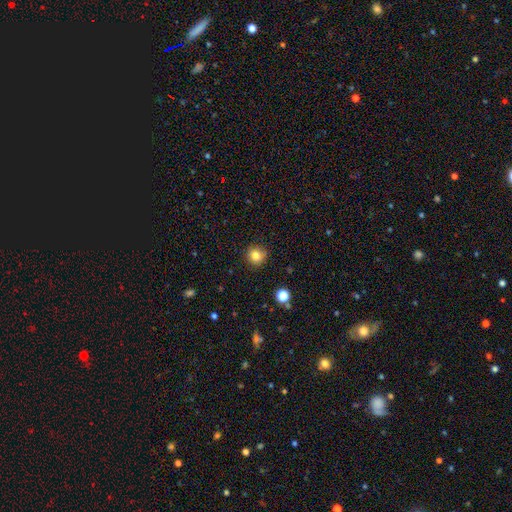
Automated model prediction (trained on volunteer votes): This appears to be a smooth galaxy with no disk features (82%) that is round (92%). Merging: none (88%).